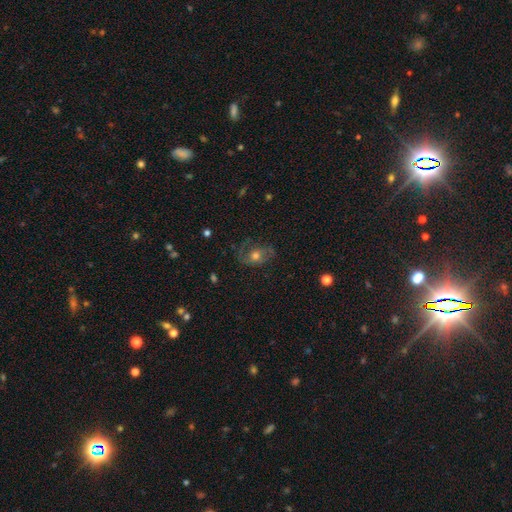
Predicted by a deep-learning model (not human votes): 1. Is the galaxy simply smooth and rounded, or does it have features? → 53% featured or disk, 33% smooth, 14% star or artifact.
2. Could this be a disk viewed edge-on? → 94% no, 6% yes.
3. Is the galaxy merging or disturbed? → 61% none, 21% minor disturbance, 16% major disturbance, 2% merger.